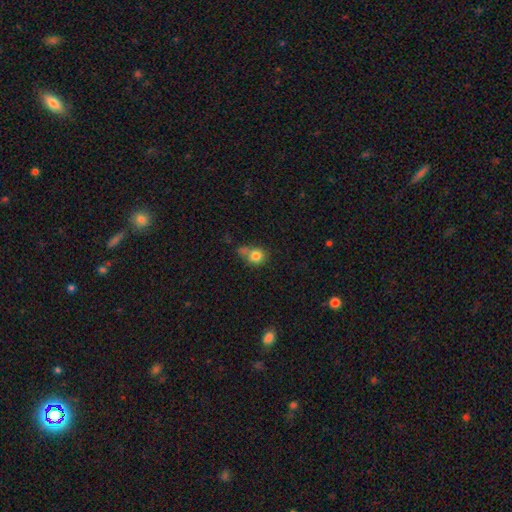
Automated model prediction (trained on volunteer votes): This appears to be a smooth galaxy with no disk features (80%) that is round (78%). Merging: none (45%).